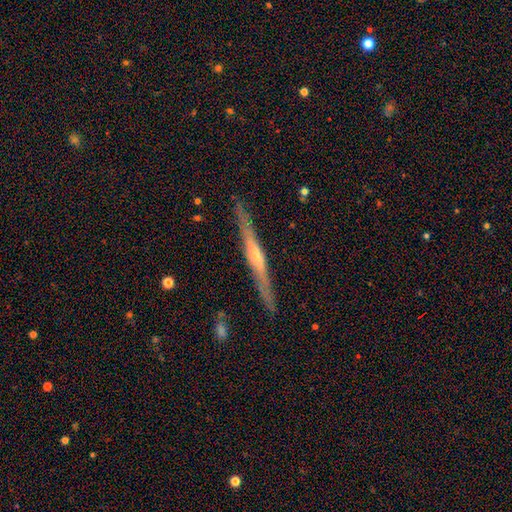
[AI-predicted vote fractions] Q: Smooth or featured?
A: featured or disk (75%); runner-up: smooth (19%)
Q: Edge-on disk?
A: yes (97%); runner-up: no (3%)
Q: Edge-on bulge?
A: rounded (62%); runner-up: none (28%)
Q: Merging?
A: none (89%); runner-up: minor disturbance (8%)